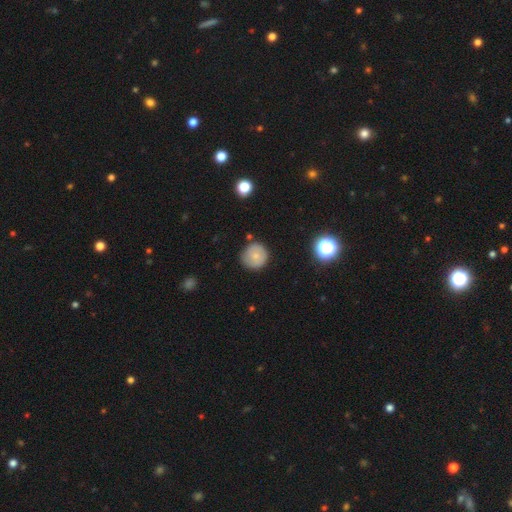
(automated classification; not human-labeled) smooth 72%, featured or disk 18%, star or artifact 10%. Down the decision tree: how rounded — round (94%); merging — none (82%).